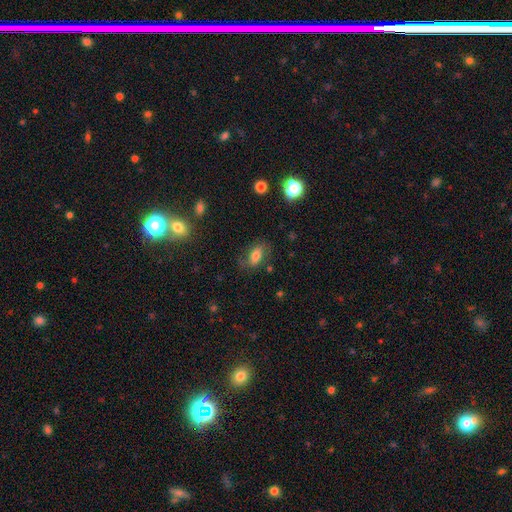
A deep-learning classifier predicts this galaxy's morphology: This is likely a smooth galaxy (65%). How rounded: clearly in between (85%). Merging: likely none (69%).